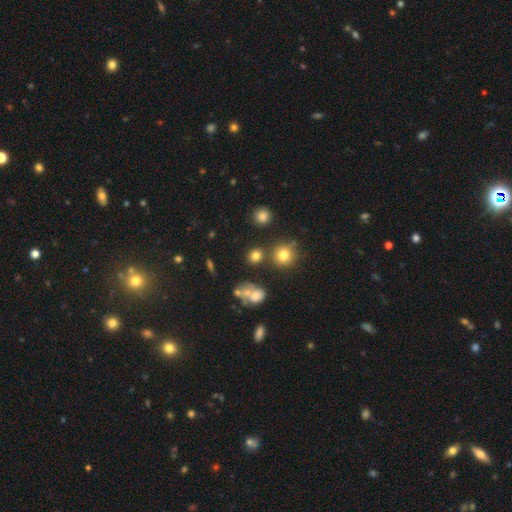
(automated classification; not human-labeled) This is likely a smooth galaxy (75%). How rounded: likely round (79%). Merging: likely none (73%).